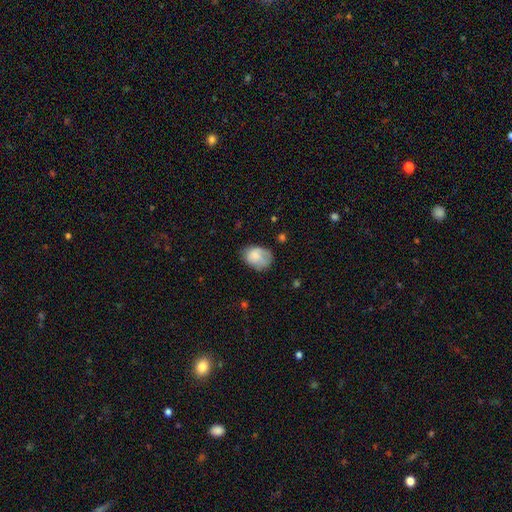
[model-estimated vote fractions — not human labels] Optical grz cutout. It shows a smooth galaxy with no disk features (76%) that is in between round and cigar-shaped (67%). Merging: none (52%).